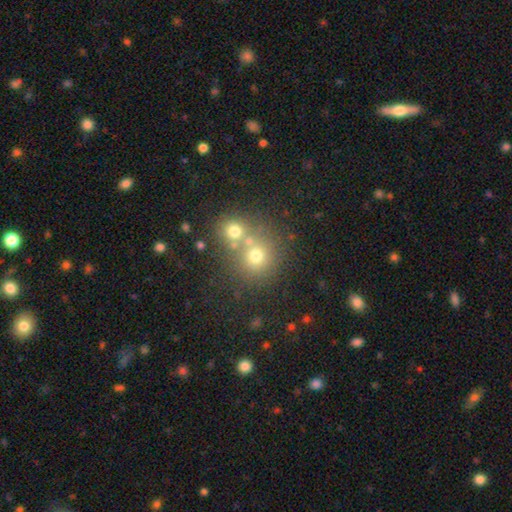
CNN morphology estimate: smooth-or-featured: smooth: 67% | star or artifact: 18% | featured or disk: 15%
  how-rounded: round: 87% | in between: 12% | cigar-shaped: 1%
  merging: none: 52% | merger: 37% | minor disturbance: 7% | major disturbance: 4%